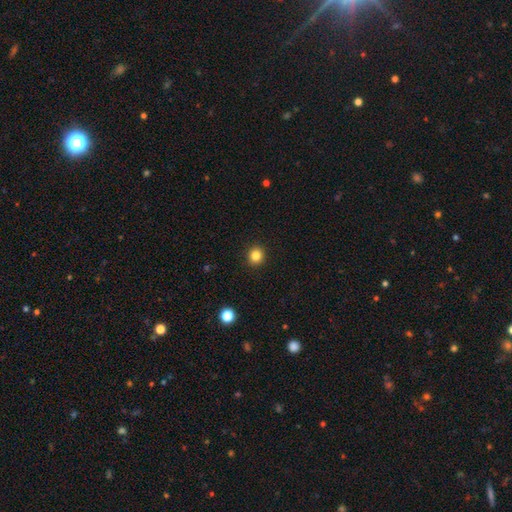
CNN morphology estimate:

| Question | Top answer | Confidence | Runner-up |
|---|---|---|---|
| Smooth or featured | smooth | 84% | star or artifact (12%) |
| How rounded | round | 91% | in between (8%) |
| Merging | none | 93% | minor disturbance (5%) |